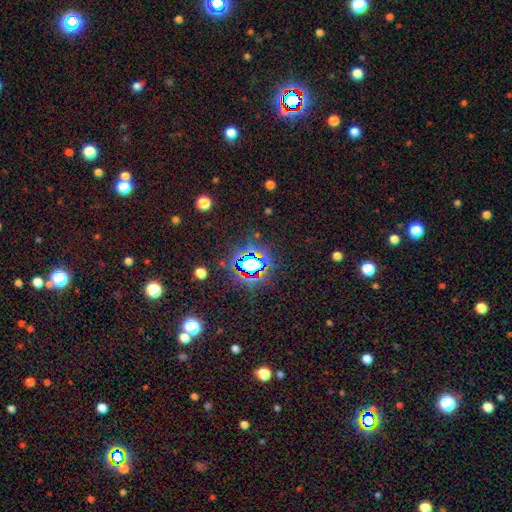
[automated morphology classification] Smooth or featured? Predicted: star or artifact (p=0.82).